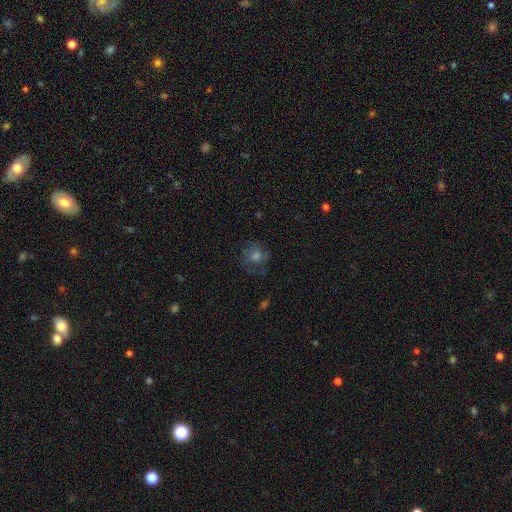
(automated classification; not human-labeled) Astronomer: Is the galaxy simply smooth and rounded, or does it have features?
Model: smooth — 44% (runner-up: featured or disk, 36%).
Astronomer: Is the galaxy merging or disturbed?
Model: none — 71%.